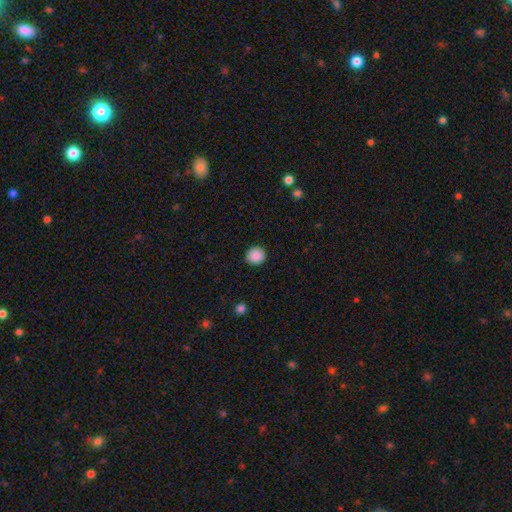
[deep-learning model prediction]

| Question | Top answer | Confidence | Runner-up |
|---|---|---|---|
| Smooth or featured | smooth | 88% | star or artifact (9%) |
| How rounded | round | 91% | in between (8%) |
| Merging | none | 90% | minor disturbance (7%) |